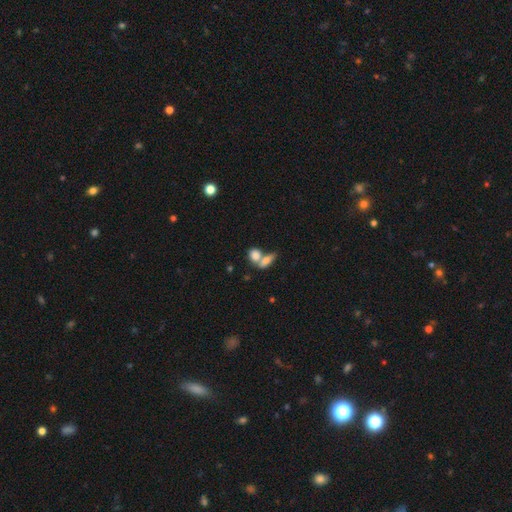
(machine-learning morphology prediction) smooth_or_featured: smooth (p=0.79) [alt: featured or disk p=0.12]
how_rounded: in between (p=0.60) [alt: round p=0.32]
merging: merger (p=0.56) [alt: none p=0.32]